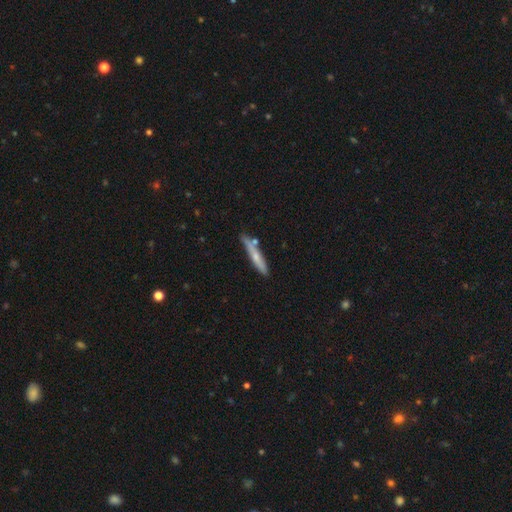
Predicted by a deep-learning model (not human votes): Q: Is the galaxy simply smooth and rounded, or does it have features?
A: smooth — 49%.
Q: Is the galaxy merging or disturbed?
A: none — 74%.